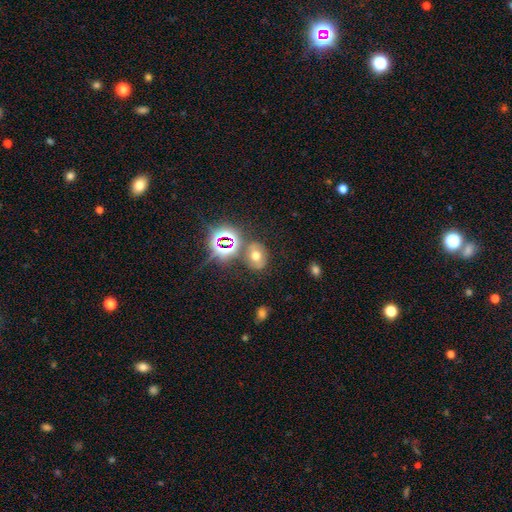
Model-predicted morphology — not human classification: Smooth or featured? smooth (51%)
How rounded? in between (56%)
Merging? none (72%)